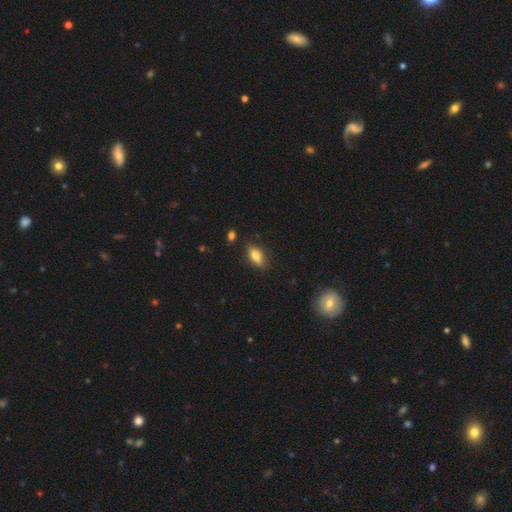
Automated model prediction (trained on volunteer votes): A smooth galaxy with no disk features (73%) that is in between round and cigar-shaped (80%). Merging: none (81%).